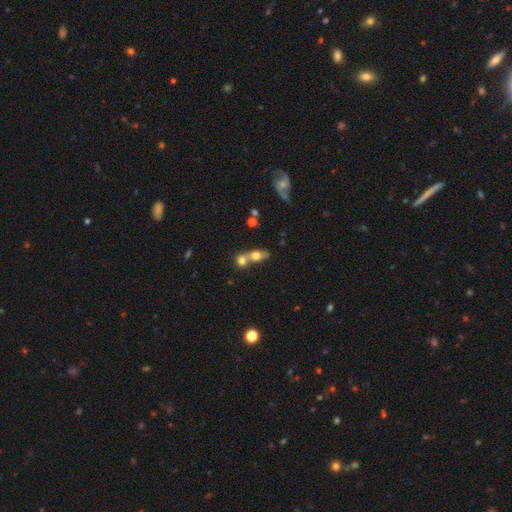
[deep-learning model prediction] smooth 70%, featured or disk 19%, star or artifact 11%. Down the decision tree: how rounded — in between (57%); merging — merger (65%).